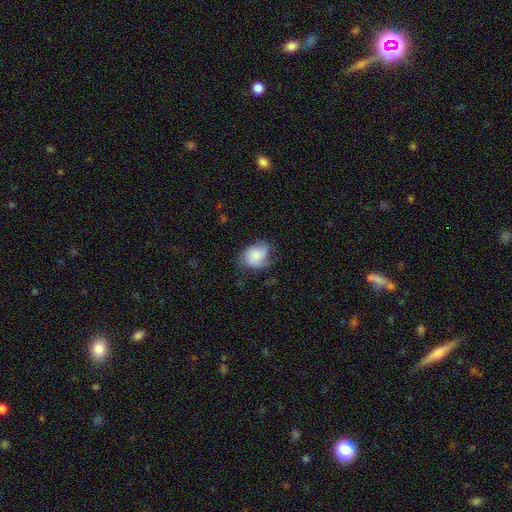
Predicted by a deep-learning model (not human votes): A smooth galaxy with no disk features (69%) that is in between round and cigar-shaped (56%). Merging: none (48%).